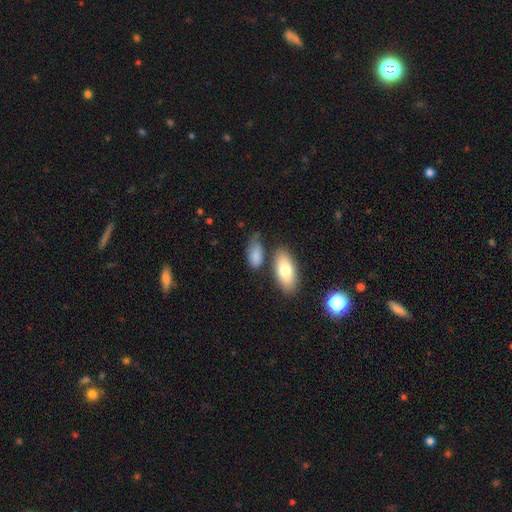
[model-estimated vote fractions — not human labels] Q: Smooth or featured?
A: smooth (82%); runner-up: featured or disk (11%)
Q: How rounded?
A: in between (90%); runner-up: cigar-shaped (5%)
Q: Merging?
A: none (53%); runner-up: minor disturbance (25%)